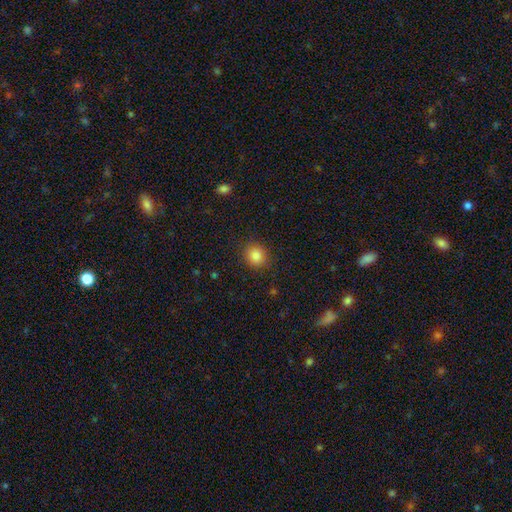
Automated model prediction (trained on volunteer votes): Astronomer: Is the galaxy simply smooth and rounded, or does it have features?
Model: smooth — 84%.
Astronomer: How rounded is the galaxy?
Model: round — 85%.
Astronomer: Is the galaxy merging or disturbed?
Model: none — 89%.